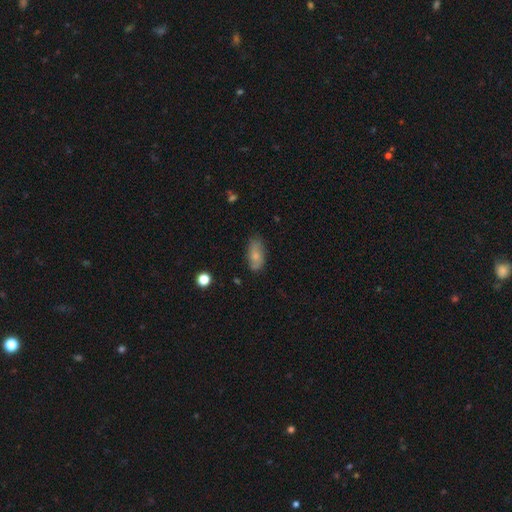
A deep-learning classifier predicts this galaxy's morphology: smooth_or_featured: smooth (p=0.70) [alt: featured or disk p=0.23]
how_rounded: in between (p=0.87) [alt: cigar-shaped p=0.09]
merging: none (p=0.73) [alt: minor disturbance p=0.21]